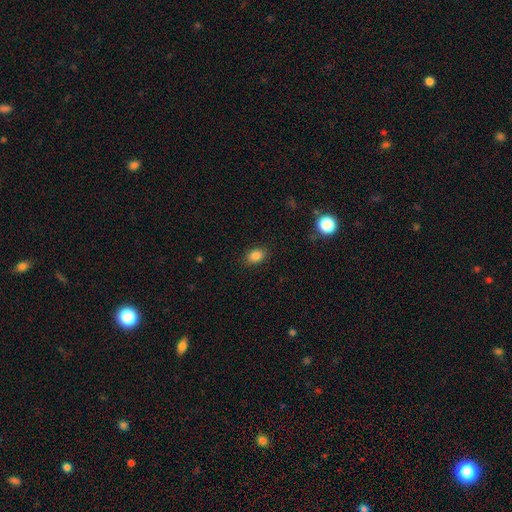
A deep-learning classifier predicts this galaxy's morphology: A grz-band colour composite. It shows a smooth galaxy with no disk features (85%) that is in between round and cigar-shaped (77%). Merging: none (87%).